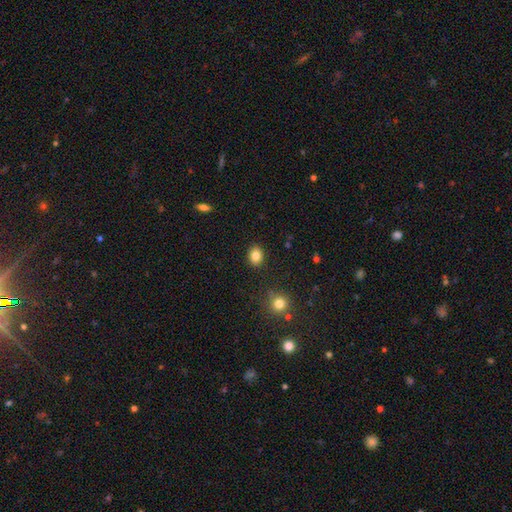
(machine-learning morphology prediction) smooth_or_featured: smooth (p=0.84) [alt: star or artifact p=0.10]
how_rounded: in between (p=0.52) [alt: round p=0.48]
merging: none (p=0.88) [alt: minor disturbance p=0.08]